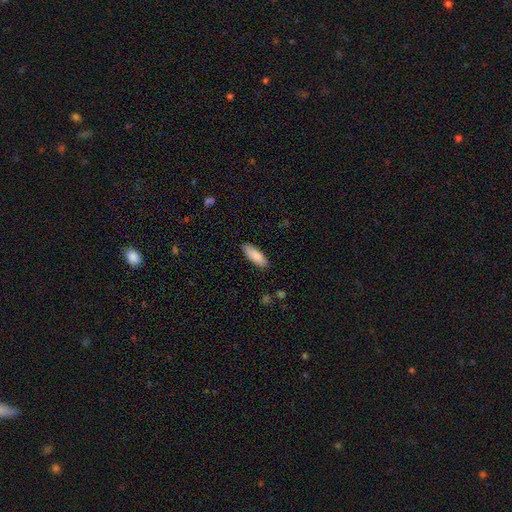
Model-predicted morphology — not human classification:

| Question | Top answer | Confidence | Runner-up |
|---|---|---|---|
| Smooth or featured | smooth | 88% | featured or disk (7%) |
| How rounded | in between | 68% | cigar-shaped (31%) |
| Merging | none | 88% | minor disturbance (9%) |